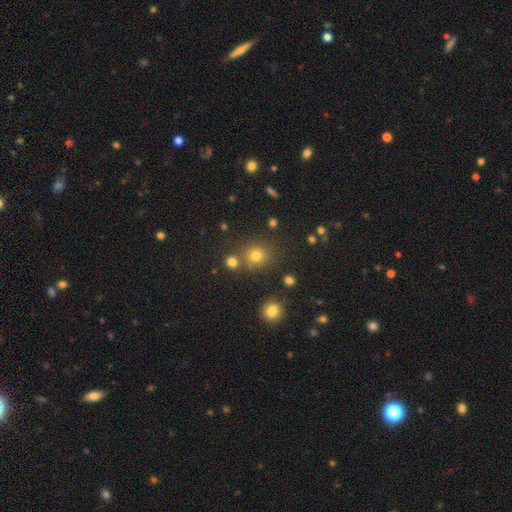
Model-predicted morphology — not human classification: Smooth or featured? Predicted: smooth (p=0.73). How rounded? Predicted: round (p=0.85). Merging? Predicted: none (p=0.74).